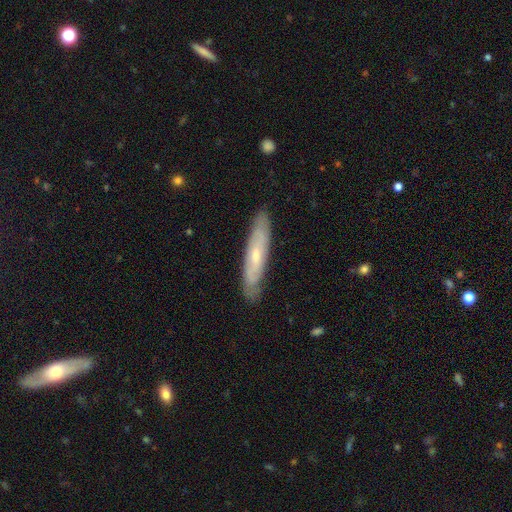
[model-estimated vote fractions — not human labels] featured or disk 55%, smooth 39%, star or artifact 6%. Down the decision tree: edge-on disk — yes (52%); merging — none (84%).